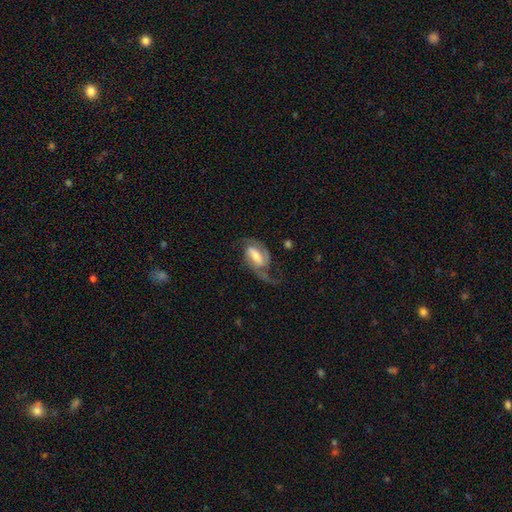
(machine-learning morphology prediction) A featured or disk galaxy (79%) with a weak bar (43%), 2 (77%) medium (45%) spiral arms (94%) and a moderate central bulge (45%). Merging: none (47%).